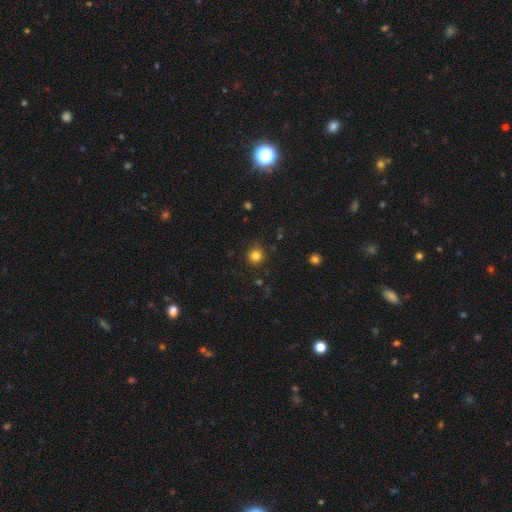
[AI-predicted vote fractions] Smooth or featured? Predicted: smooth (p=0.82). How rounded? Predicted: round (p=0.92). Merging? Predicted: none (p=0.90).